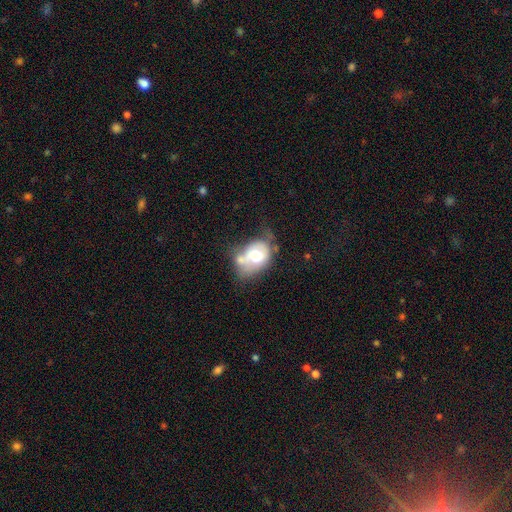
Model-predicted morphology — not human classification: smooth 56%, featured or disk 36%, star or artifact 8%. Down the decision tree: how rounded — in between (67%); merging — merger (33%).